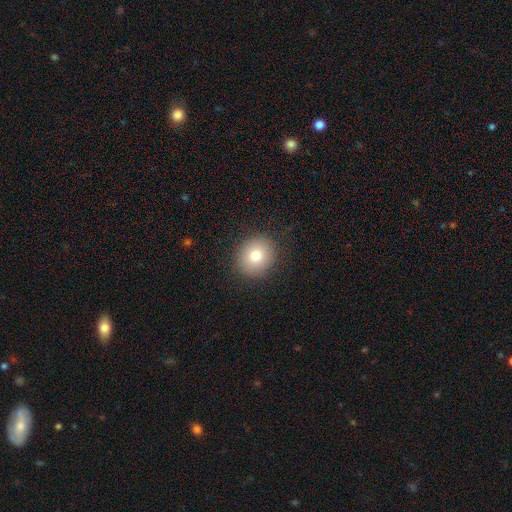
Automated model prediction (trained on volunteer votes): smooth_or_featured: smooth (p=0.79) [alt: star or artifact p=0.11]
how_rounded: round (p=0.82) [alt: in between p=0.17]
merging: none (p=0.89) [alt: minor disturbance p=0.07]